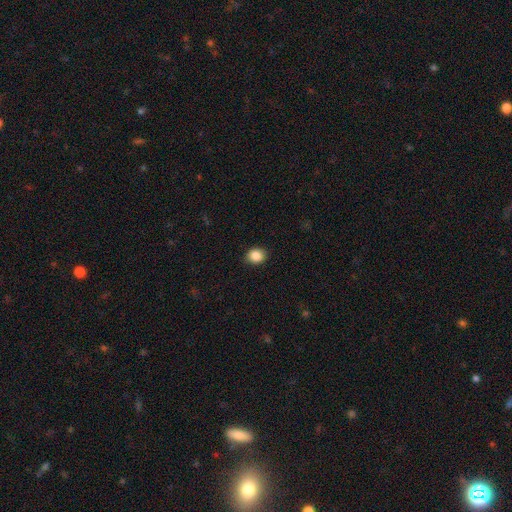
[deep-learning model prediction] Smooth or featured: smooth — 87% (star or artifact — 9%)
How rounded: round — 58% (in between — 41%)
Merging: none — 88% (minor disturbance — 9%)